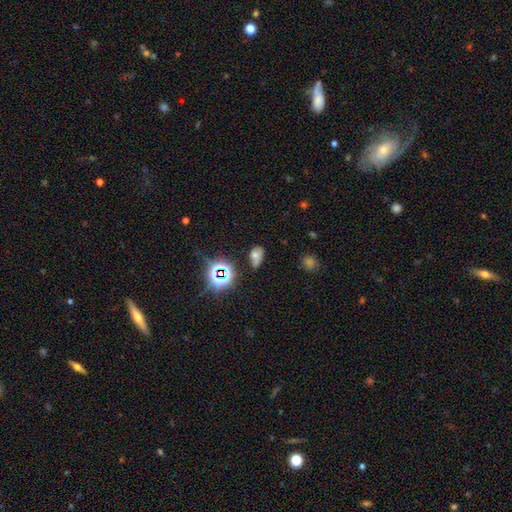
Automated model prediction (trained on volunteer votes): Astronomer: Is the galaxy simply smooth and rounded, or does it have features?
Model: smooth — 55%.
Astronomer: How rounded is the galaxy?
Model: in between — 80%.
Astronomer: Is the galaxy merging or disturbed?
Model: none — 45% (runner-up: minor disturbance, 30%).